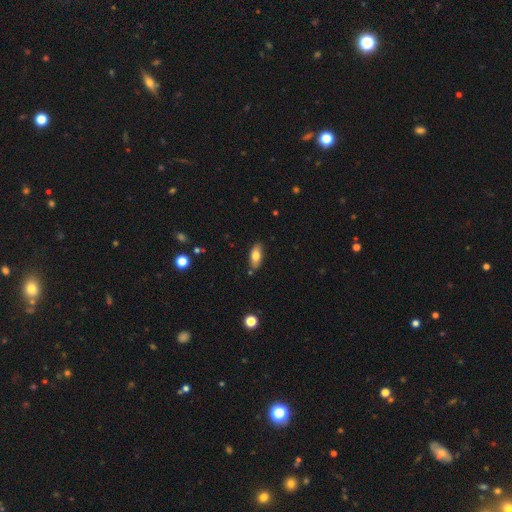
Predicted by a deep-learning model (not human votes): Smooth or featured: smooth — 76% (featured or disk — 16%)
How rounded: in between — 85% (cigar-shaped — 13%)
Merging: none — 82% (minor disturbance — 12%)